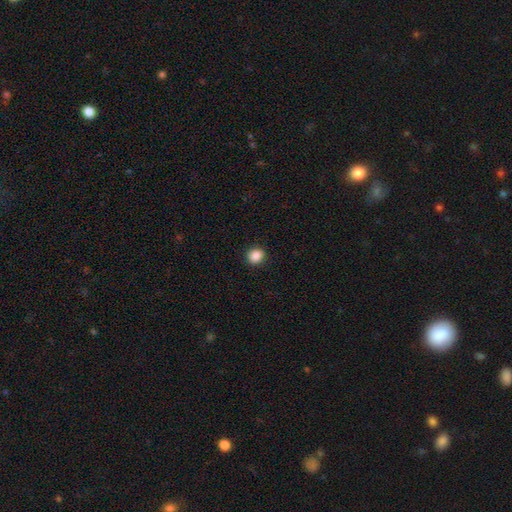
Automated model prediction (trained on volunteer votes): Smooth or featured: smooth — 88% (star or artifact — 9%)
How rounded: round — 79% (in between — 20%)
Merging: none — 91% (minor disturbance — 6%)